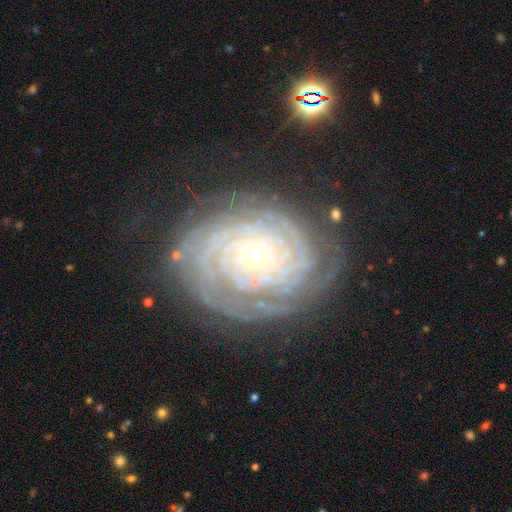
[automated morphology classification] Overall: featured or disk (87%). Edge-on disk: no (97%). Bar: no (81%). Spiral arms: yes (97%). Spiral arm count: can't tell (28%; more than 4 25%). Spiral winding: tight (86%). Bulge size: small (76%). Merging: none (76%).